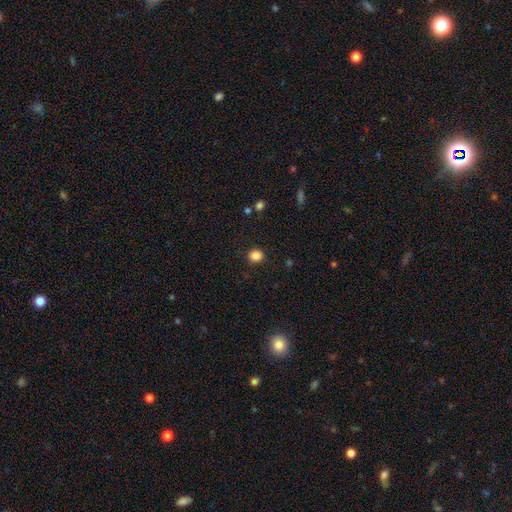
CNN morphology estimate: Smooth or featured? Predicted: smooth (p=0.86). How rounded? Predicted: round (p=0.81). Merging? Predicted: none (p=0.89).